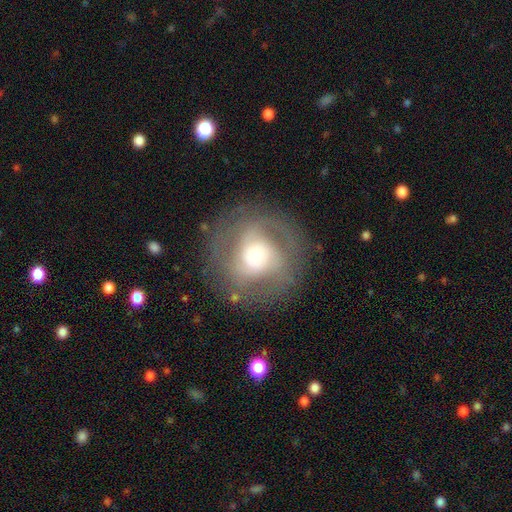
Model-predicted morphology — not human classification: This is likely a featured or disk galaxy (66%). It is clearly not viewed edge-on (97%). Bar: likely no (70%). Spiral arm pattern: clearly yes (80%). Spiral arm count: marginally 2 (41%). Spiral winding: marginally tight (43%). Central bulge: marginally moderate (36%). Merging: likely none (69%).